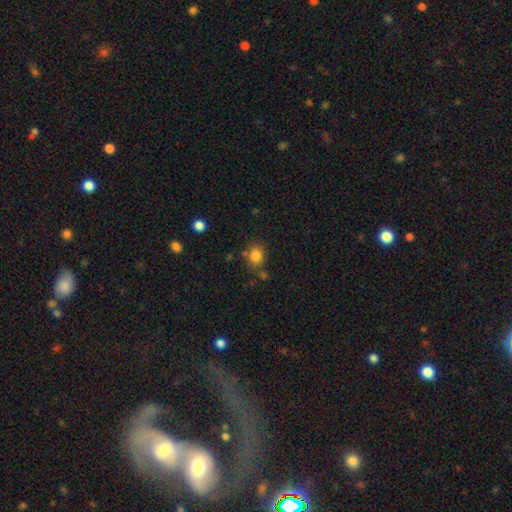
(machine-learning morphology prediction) Smooth or featured?
  - smooth: 83% *
  - star or artifact: 11%
  - featured or disk: 6%
How rounded?
  - round: 69% *
  - in between: 30%
  - cigar-shaped: 1%
Merging?
  - none: 72% *
  - minor disturbance: 14%
  - merger: 9%
  - major disturbance: 4%